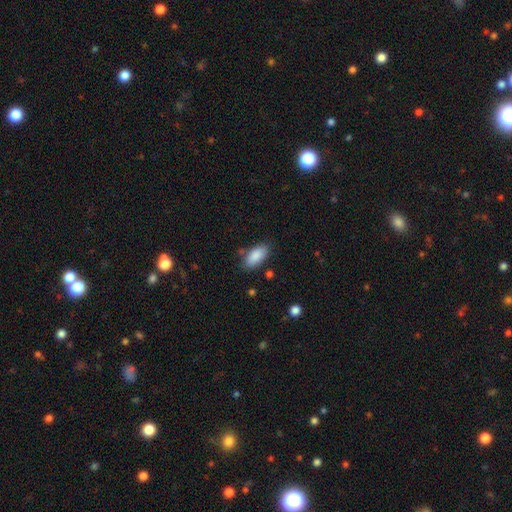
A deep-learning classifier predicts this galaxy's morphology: A smooth galaxy with no disk features (88%) that is in between round and cigar-shaped (91%). Merging: none (80%).